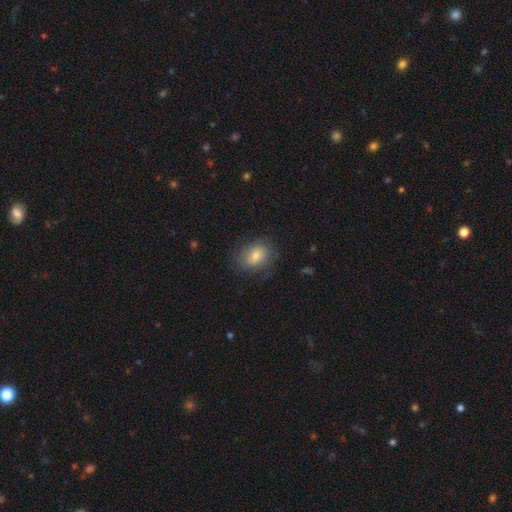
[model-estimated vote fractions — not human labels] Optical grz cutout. It shows a smooth galaxy with no disk features (61%) that is in between round and cigar-shaped (64%). Merging: none (73%).